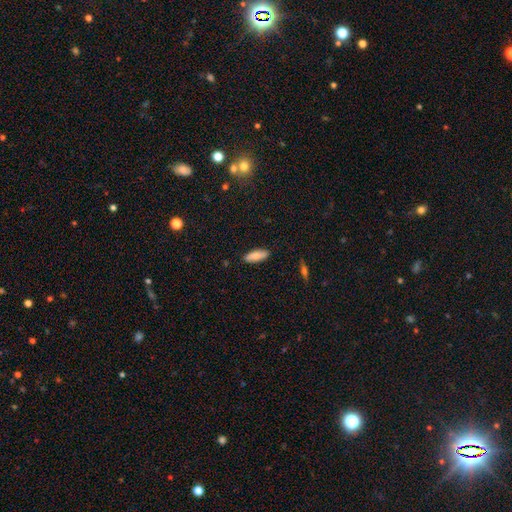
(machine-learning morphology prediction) Overall: smooth (80%). How rounded: in between (67%; cigar-shaped 31%). Merging: none (88%).